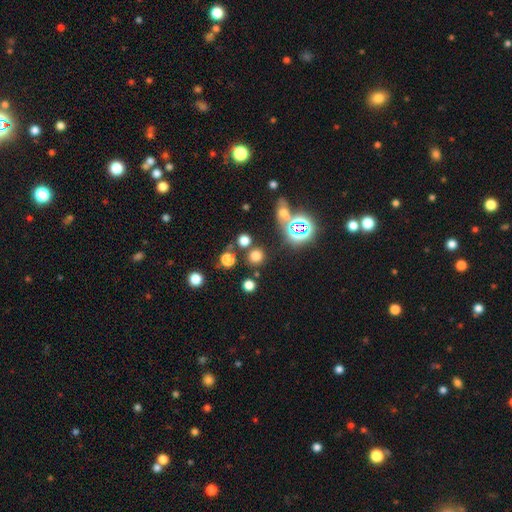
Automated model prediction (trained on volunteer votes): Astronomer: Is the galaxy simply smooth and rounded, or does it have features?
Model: smooth — 67%.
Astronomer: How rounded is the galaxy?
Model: round — 92%.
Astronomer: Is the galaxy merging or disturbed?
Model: none — 80%.